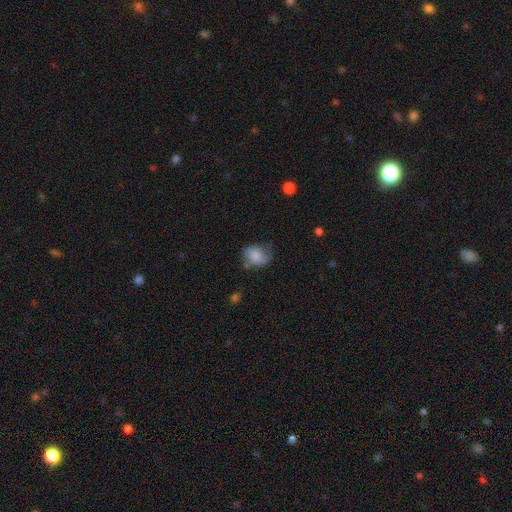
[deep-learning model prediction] A smooth galaxy with no disk features (71%) that is in between round and cigar-shaped (56%). Merging: none (45%).